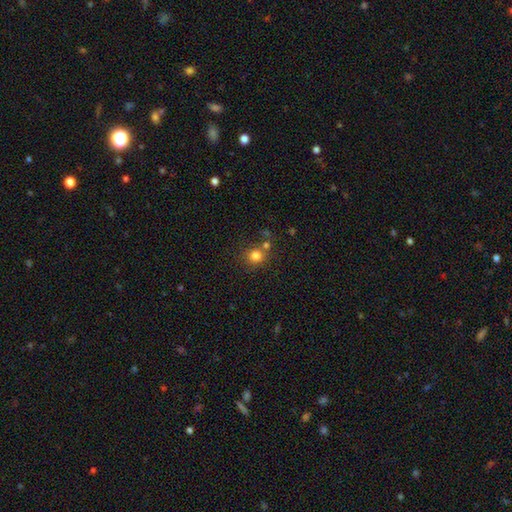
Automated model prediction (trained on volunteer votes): A smooth galaxy with no disk features (80%) that is round (88%). Merging: none (69%).